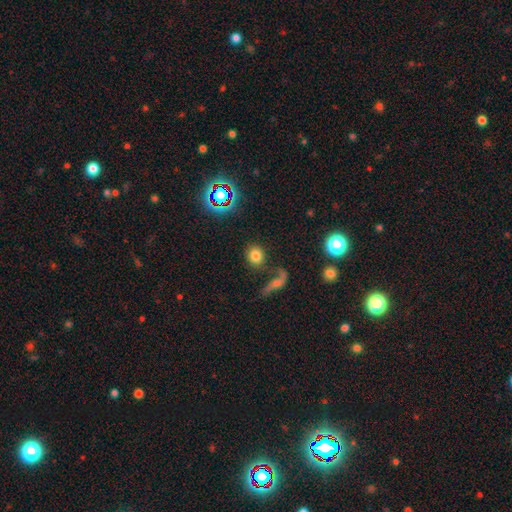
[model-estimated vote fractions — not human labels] Smooth or featured? smooth (76%)
How rounded? round (72%)
Merging? none (74%)